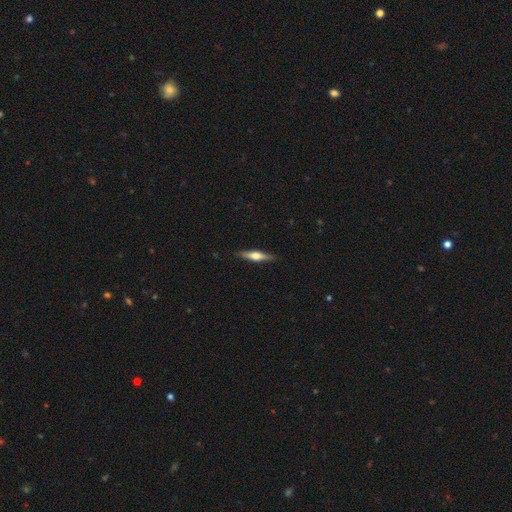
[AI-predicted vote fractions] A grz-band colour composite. It shows a featured or disk galaxy (57%) viewed edge-on (96%) with a rounded central bulge (90%). Merging: none (89%).